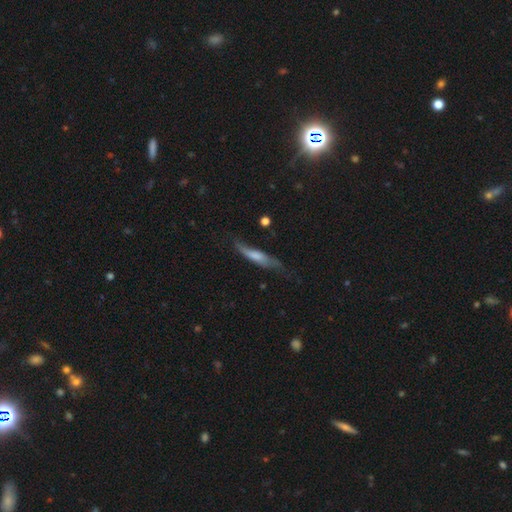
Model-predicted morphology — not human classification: smooth-or-featured: smooth: 56% | featured or disk: 38% | star or artifact: 6%
  how-rounded: cigar-shaped: 80% | in between: 18% | round: 2%
  merging: none: 50% | minor disturbance: 33% | major disturbance: 14% | merger: 3%